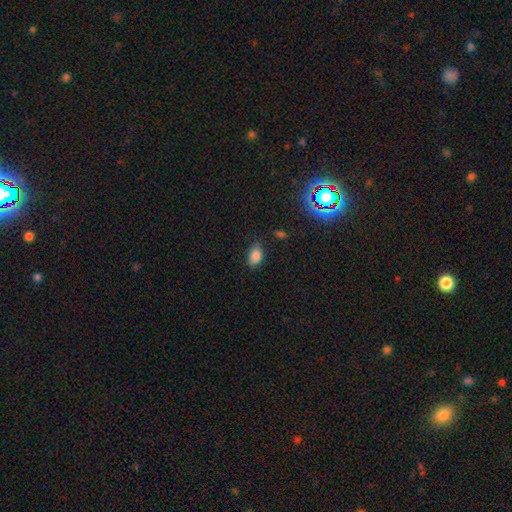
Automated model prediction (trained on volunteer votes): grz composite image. It shows a smooth galaxy with no disk features (85%) that is in between round and cigar-shaped (85%). Merging: none (72%).